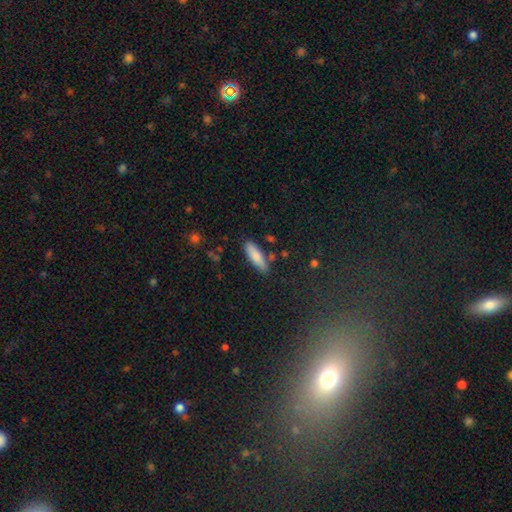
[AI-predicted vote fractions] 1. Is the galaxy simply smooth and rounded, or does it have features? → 80% smooth, 13% featured or disk, 6% star or artifact.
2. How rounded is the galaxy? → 57% cigar-shaped, 42% in between, 2% round.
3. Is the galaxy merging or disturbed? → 79% none, 14% minor disturbance, 4% merger, 3% major disturbance.